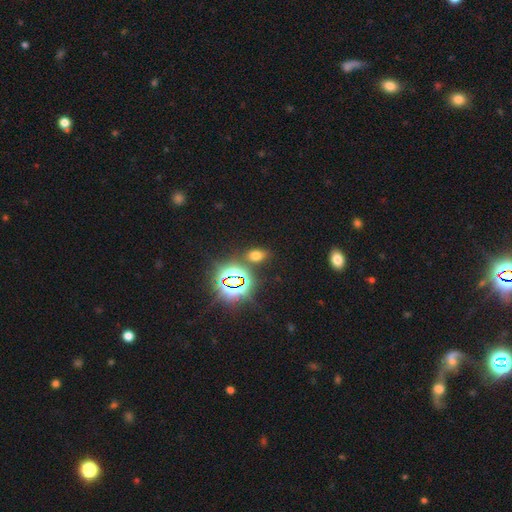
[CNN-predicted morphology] smooth-or-featured: smooth: 56% | star or artifact: 38% | featured or disk: 7%
  how-rounded: in between: 80% | round: 17% | cigar-shaped: 3%
  merging: none: 81% | minor disturbance: 9% | merger: 6% | major disturbance: 4%